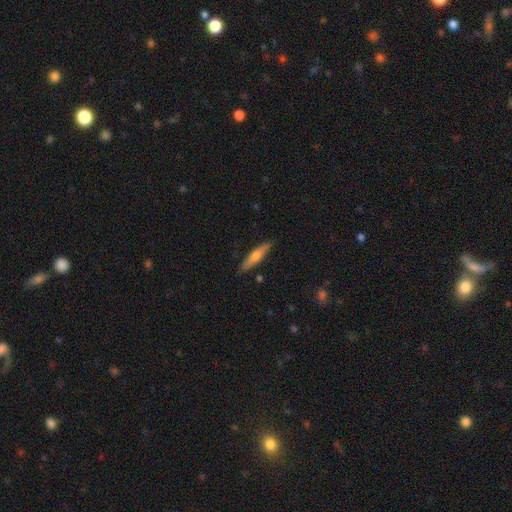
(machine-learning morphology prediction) The model was most divided on "smooth or featured": smooth: 55%, featured or disk: 40%, star or artifact: 6%. More confident: merging — none (88%); how rounded — cigar-shaped (84%).